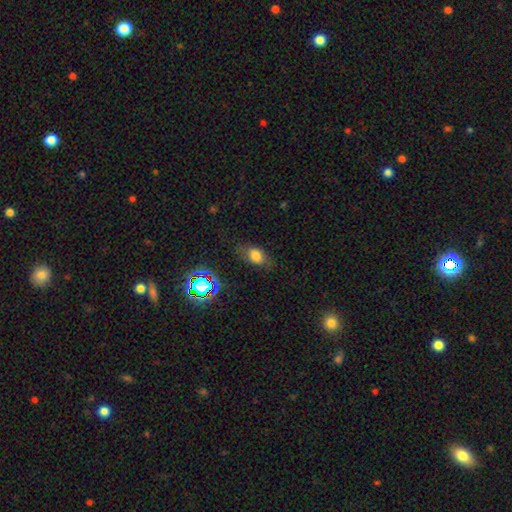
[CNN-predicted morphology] The model was most divided on "smooth or featured": smooth: 69%, featured or disk: 16%, star or artifact: 15%. More confident: how rounded — in between (83%); merging — none (73%).